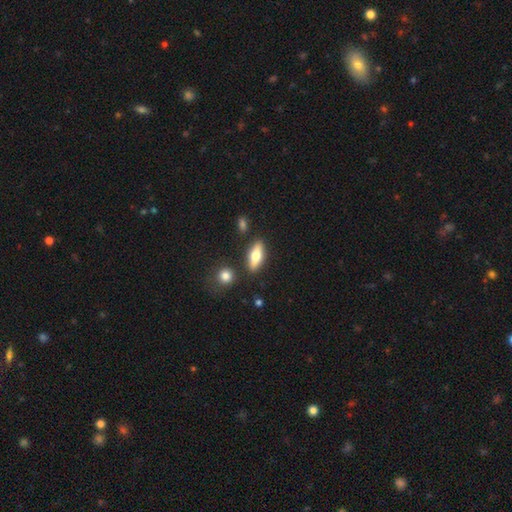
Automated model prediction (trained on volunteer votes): Smooth or featured: smooth — 60% (featured or disk — 34%)
How rounded: in between — 64% (cigar-shaped — 33%)
Merging: none — 83% (minor disturbance — 9%)